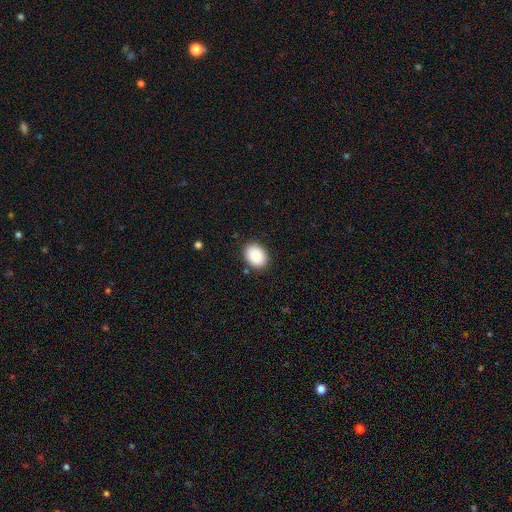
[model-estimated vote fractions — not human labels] This is clearly a smooth galaxy (86%). How rounded: likely in between (61%). Merging: clearly none (88%).